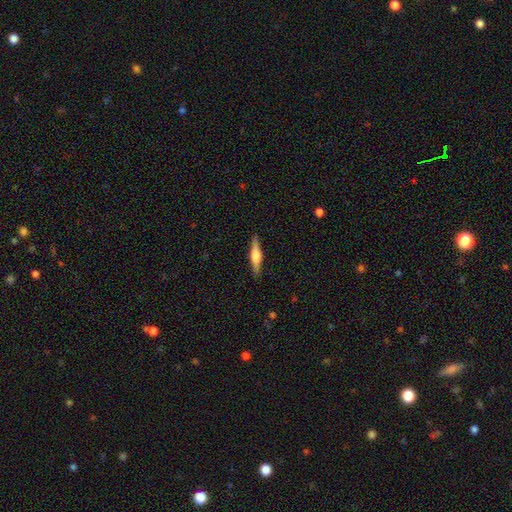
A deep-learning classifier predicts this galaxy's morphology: The model was most divided on "smooth or featured": featured or disk: 61%, smooth: 33%, star or artifact: 6%. More confident: edge-on disk — yes (97%); merging — none (89%); edge-on bulge — rounded (83%).